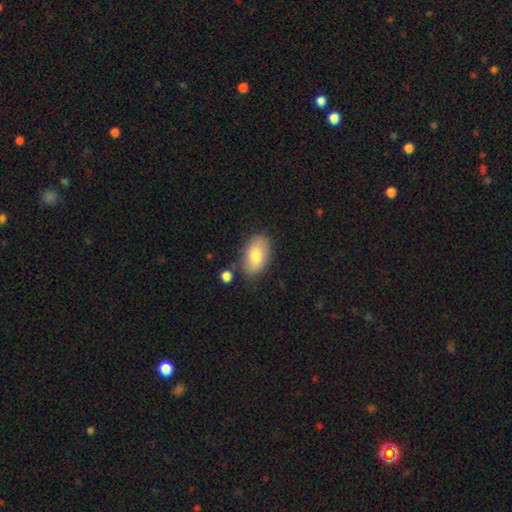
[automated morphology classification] smooth-or-featured: smooth: 77% | featured or disk: 16% | star or artifact: 7%
  how-rounded: in between: 93% | round: 6% | cigar-shaped: 2%
  merging: none: 80% | minor disturbance: 13% | merger: 4% | major disturbance: 3%